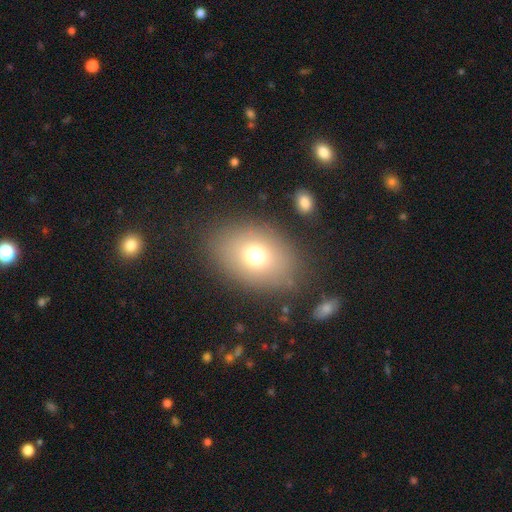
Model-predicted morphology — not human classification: The model was most divided on "how rounded": in between: 75%, round: 24%, cigar-shaped: 1%. More confident: merging — none (81%); smooth or featured — smooth (73%).